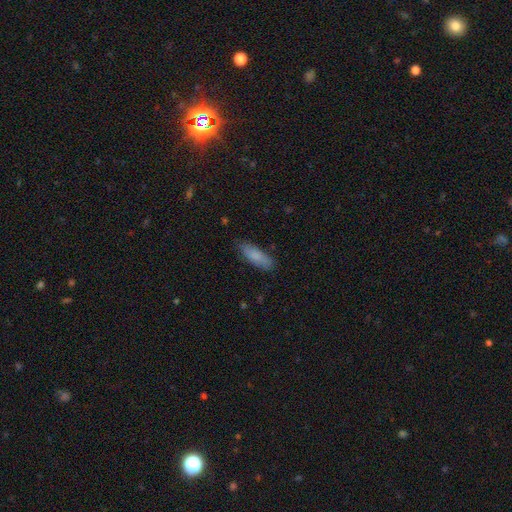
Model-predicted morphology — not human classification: The model was most divided on "how rounded": in between: 53%, cigar-shaped: 45%, round: 2%. More confident: smooth or featured — smooth (83%); merging — none (82%).